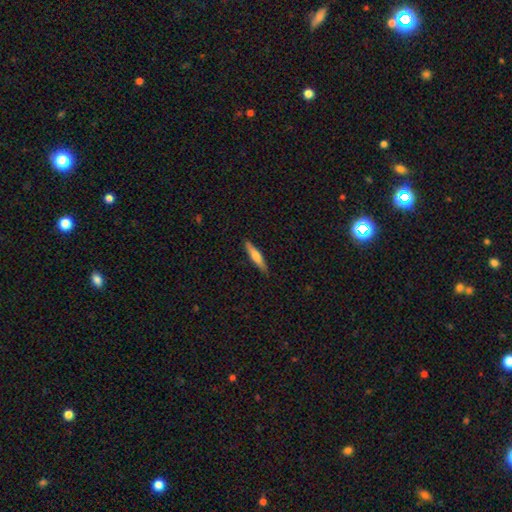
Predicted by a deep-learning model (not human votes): Overall: smooth (52%; featured or disk 42%). How rounded: cigar-shaped (88%). Merging: none (90%).